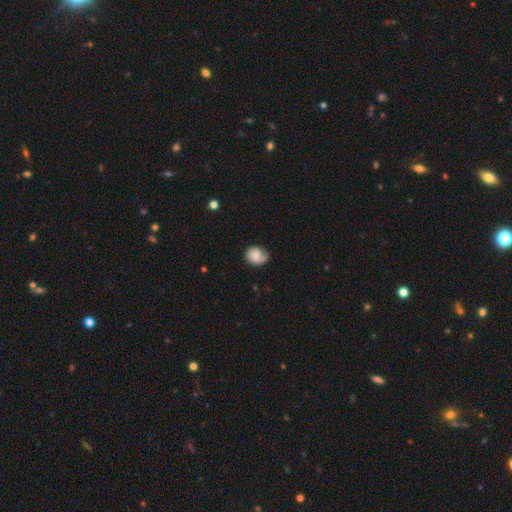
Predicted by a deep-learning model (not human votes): smooth 69%, featured or disk 24%, star or artifact 8%. Down the decision tree: how rounded — round (61%); merging — none (62%).